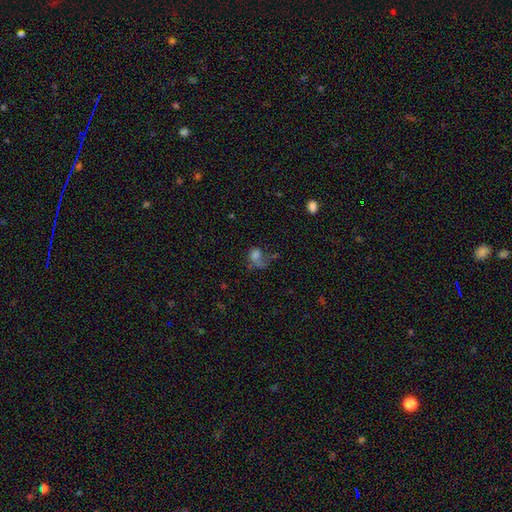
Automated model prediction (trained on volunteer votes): Overall: smooth (59%; featured or disk 23%). How rounded: in between (56%; round 42%). Merging: major disturbance (45%; none 25%).